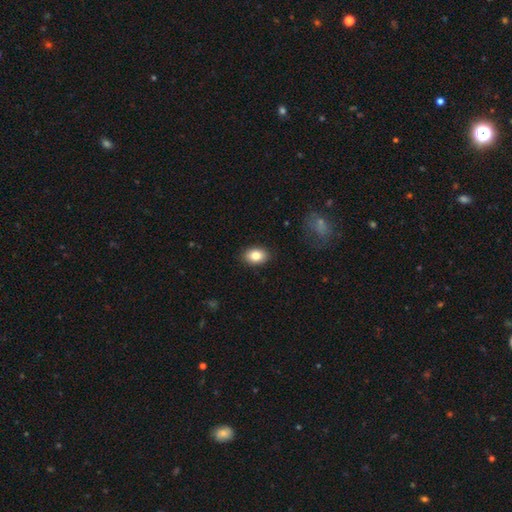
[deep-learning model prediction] The model was most divided on "how rounded": in between: 79%, round: 20%, cigar-shaped: 1%. More confident: merging — none (89%); smooth or featured — smooth (84%).